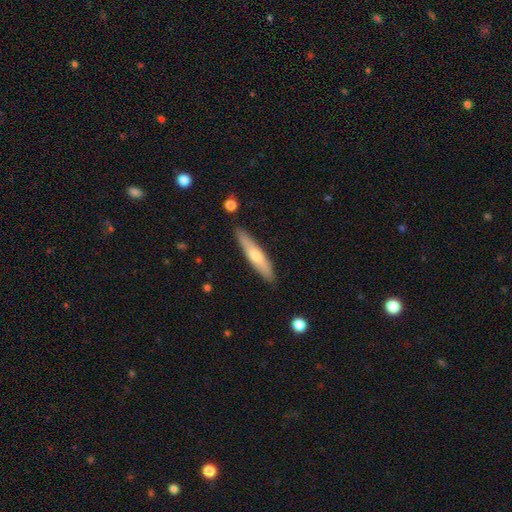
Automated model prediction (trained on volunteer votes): Smooth or featured? smooth (55%)
How rounded? cigar-shaped (85%)
Merging? none (87%)